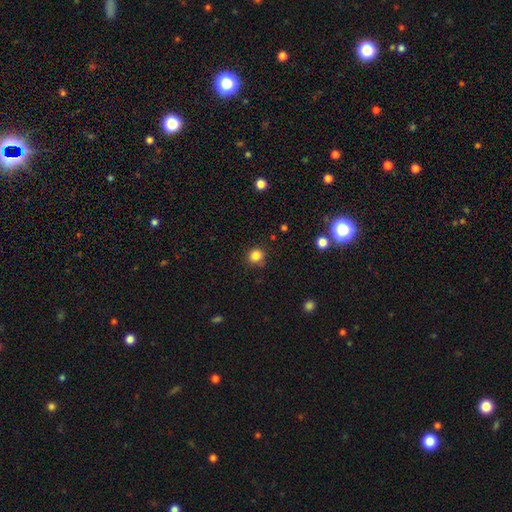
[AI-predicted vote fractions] Smooth or featured: smooth — 84% (star or artifact — 12%)
How rounded: round — 89% (in between — 10%)
Merging: none — 83% (minor disturbance — 12%)